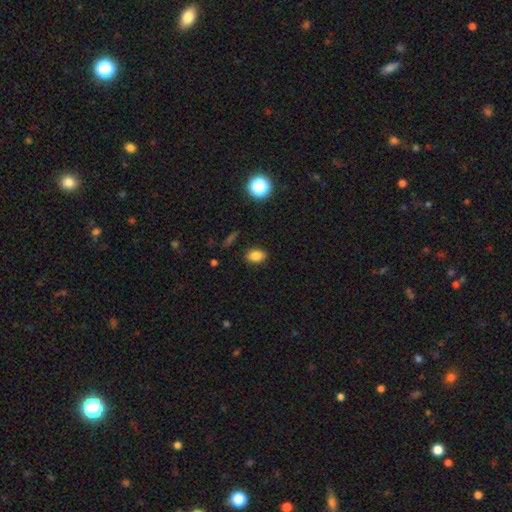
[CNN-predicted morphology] Overall: smooth (82%). How rounded: in between (81%). Merging: none (84%).